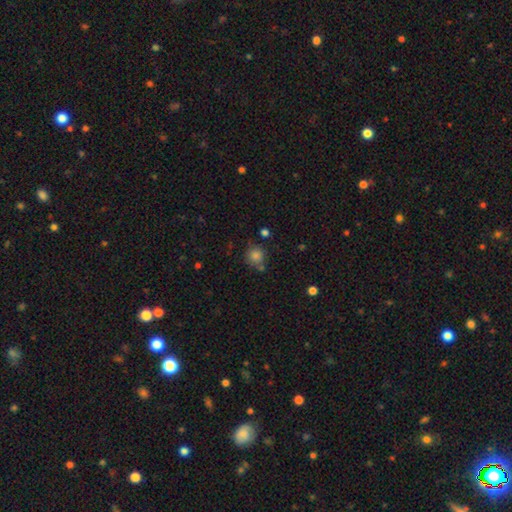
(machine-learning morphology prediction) type=smooth (80%); roundness=round (88%); merging=none (68%).